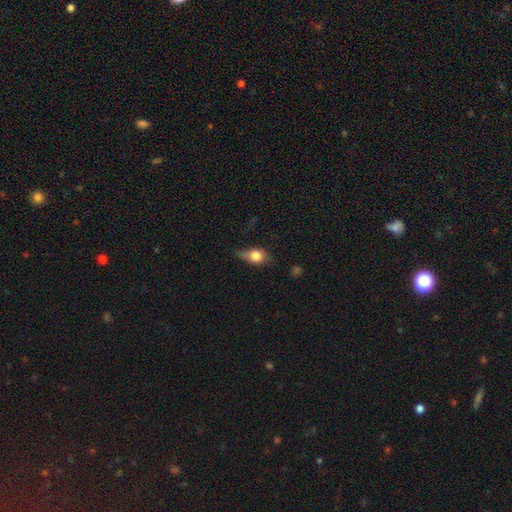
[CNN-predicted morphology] A smooth galaxy with no disk features (71%) that is in between round and cigar-shaped (65%).

Vote fractions:
- Smooth or featured? smooth: 71% / featured or disk: 21% / star or artifact: 9%
- How rounded? in between: 65% / round: 28% / cigar-shaped: 7%
- Merging? none: 47% / minor disturbance: 37% / major disturbance: 14% / merger: 2%